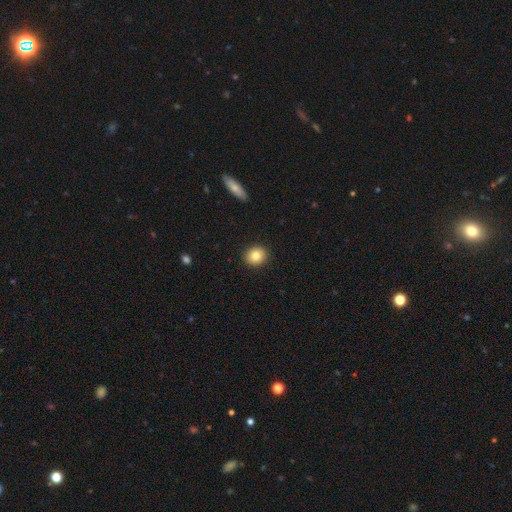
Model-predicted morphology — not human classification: smooth_or_featured: smooth (p=0.83) [alt: star or artifact p=0.09]
how_rounded: round (p=0.73) [alt: in between p=0.26]
merging: none (p=0.91) [alt: minor disturbance p=0.06]